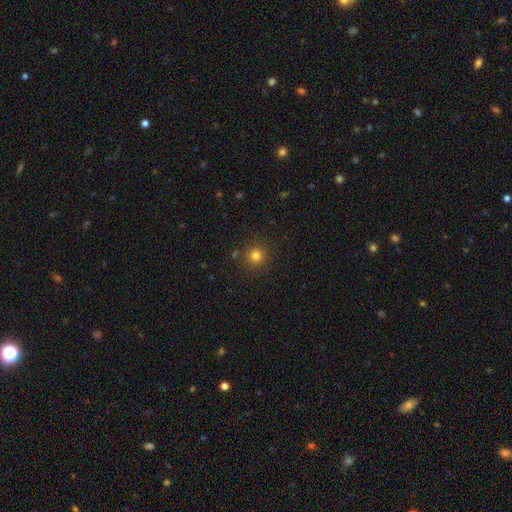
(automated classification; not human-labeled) Overall: smooth (79%). How rounded: round (94%). Merging: none (87%).